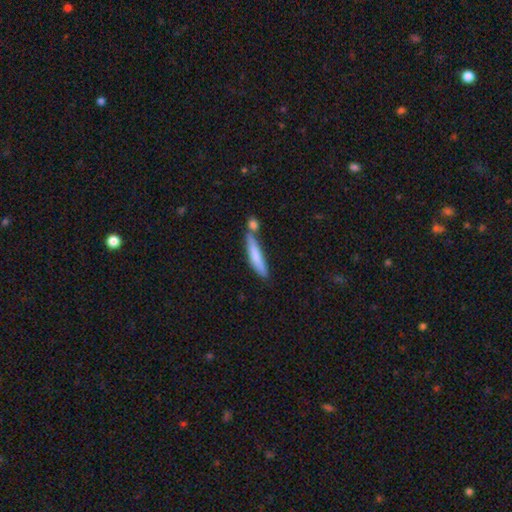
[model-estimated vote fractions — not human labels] Smooth or featured? Predicted: smooth (p=0.72). How rounded? Predicted: cigar-shaped (p=0.89). Merging? Predicted: none (p=0.60).